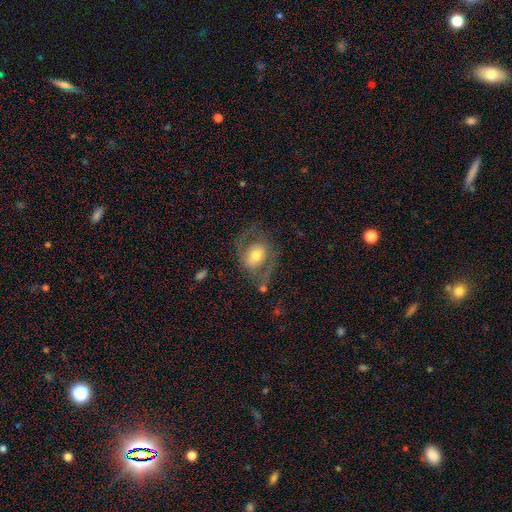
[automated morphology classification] smooth_or_featured: featured or disk (p=0.55) [alt: smooth p=0.37]
disk_edge_on: no (p=0.95) [alt: yes p=0.05]
bar: no (p=0.54) [alt: weak p=0.32]
has_spiral_arms: yes (p=0.64) [alt: no p=0.36]
bulge_size: moderate (p=0.64) [alt: small p=0.17]
merging: none (p=0.55) [alt: major disturbance p=0.21]